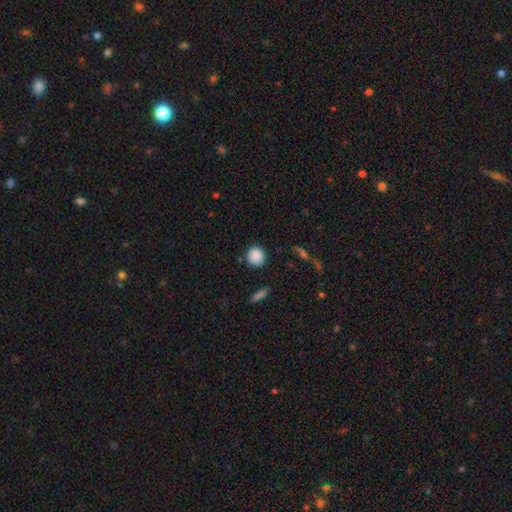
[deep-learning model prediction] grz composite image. It shows a smooth galaxy with no disk features (88%) that is round (89%). Merging: none (87%).